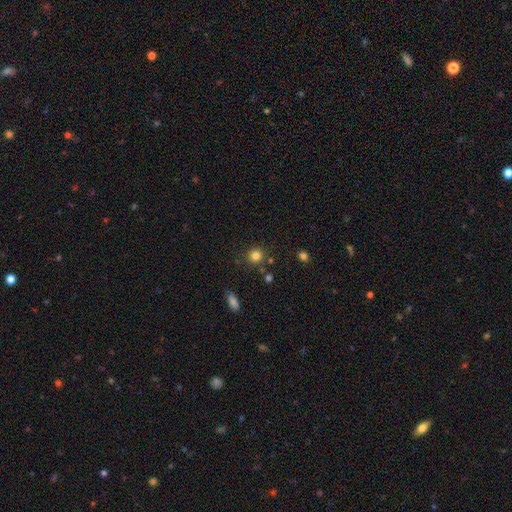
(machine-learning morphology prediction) Smooth or featured: smooth — 81% (star or artifact — 13%)
How rounded: round — 87% (in between — 12%)
Merging: none — 81% (minor disturbance — 10%)